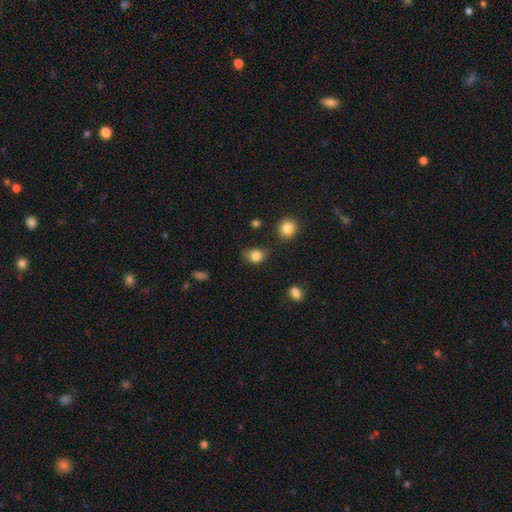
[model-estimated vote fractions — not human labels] This is clearly a smooth galaxy (83%). How rounded: possibly in between (53%). Merging: likely none (61%).